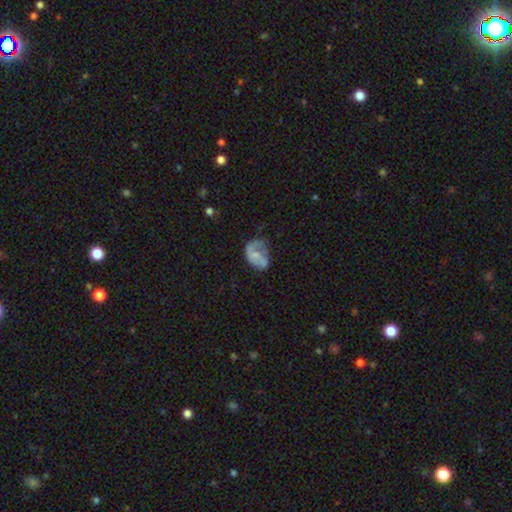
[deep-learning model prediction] A smooth galaxy with no disk features (47%). Merging: major disturbance (36%).